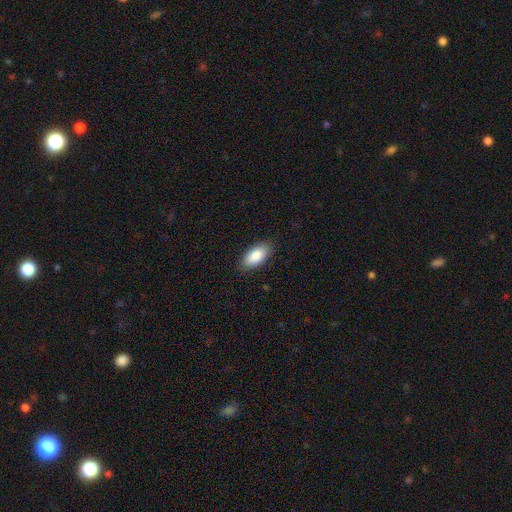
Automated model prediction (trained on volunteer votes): Morphology: type=smooth (88%); roundness=in between (92%); merging=none (87%).